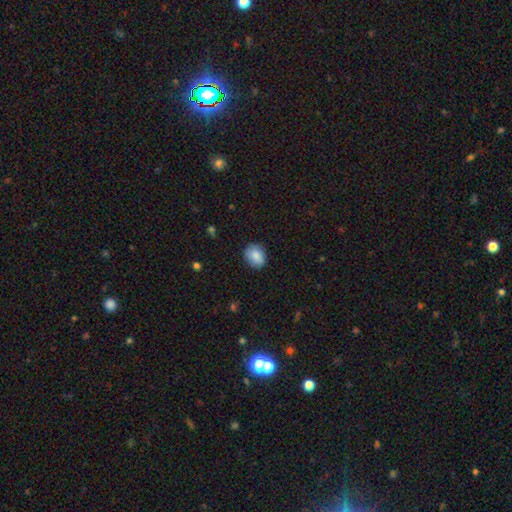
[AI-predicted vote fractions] Smooth or featured? smooth (85%)
How rounded? round (55%)
Merging? none (84%)